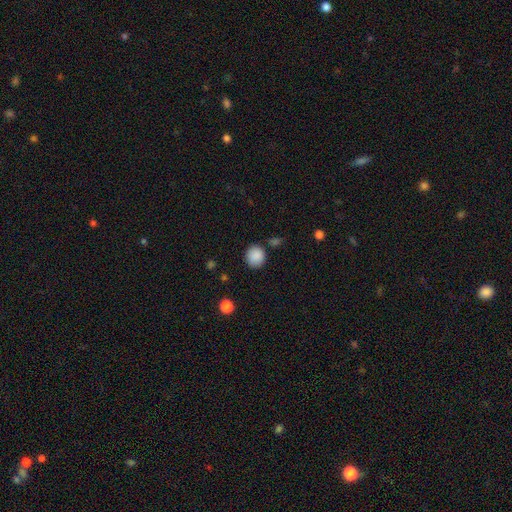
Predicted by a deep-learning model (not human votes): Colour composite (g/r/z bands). It shows a smooth galaxy with no disk features (88%) that is round (85%). Merging: none (83%).